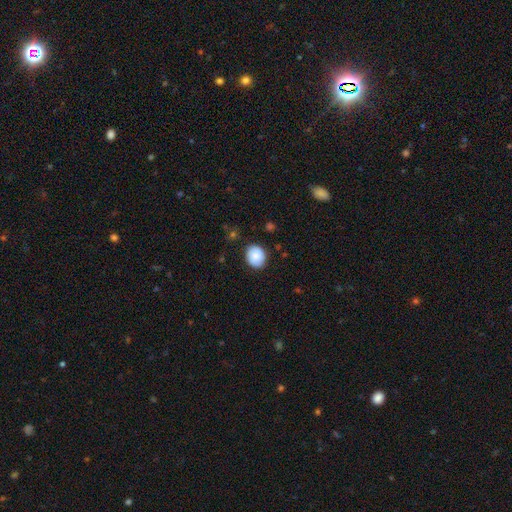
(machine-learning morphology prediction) Smooth or featured? Predicted: smooth (p=0.77). How rounded? Predicted: round (p=0.62). Merging? Predicted: none (p=0.79).